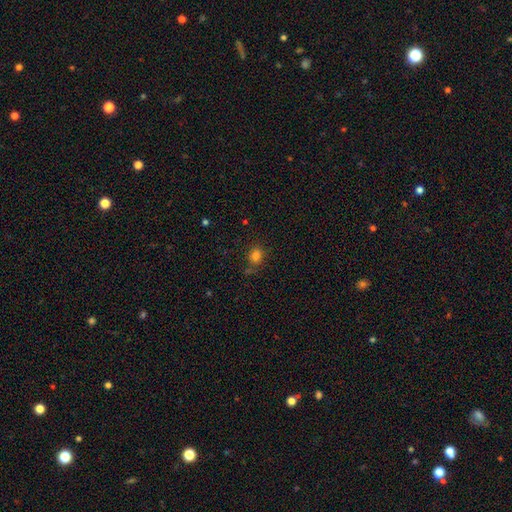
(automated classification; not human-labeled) A smooth galaxy with no disk features (80%) that is round (59%). Merging: none (73%).